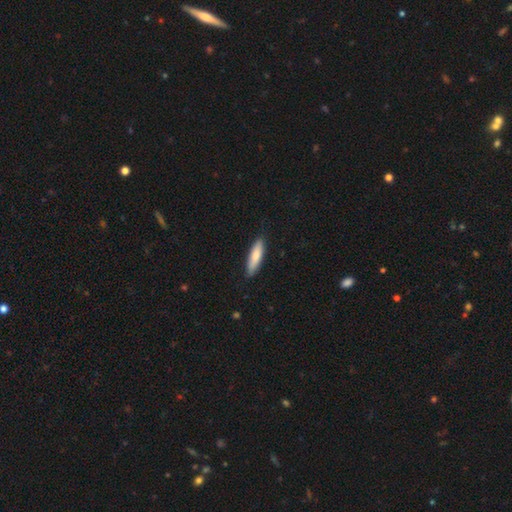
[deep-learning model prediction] This is likely a smooth galaxy (79%). How rounded: likely cigar-shaped (70%). Merging: clearly none (87%).